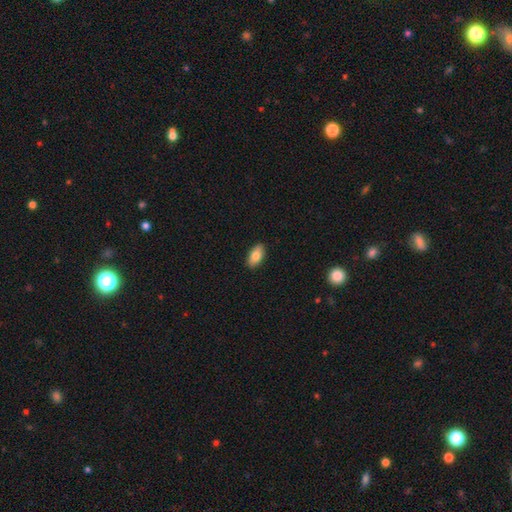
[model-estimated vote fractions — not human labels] A smooth galaxy with no disk features (82%) that is in between round and cigar-shaped (92%).

Vote fractions:
- Smooth or featured? smooth: 82% / featured or disk: 11% / star or artifact: 7%
- How rounded? in between: 92% / cigar-shaped: 5% / round: 3%
- Merging? none: 90% / minor disturbance: 7% / major disturbance: 2% / merger: 1%